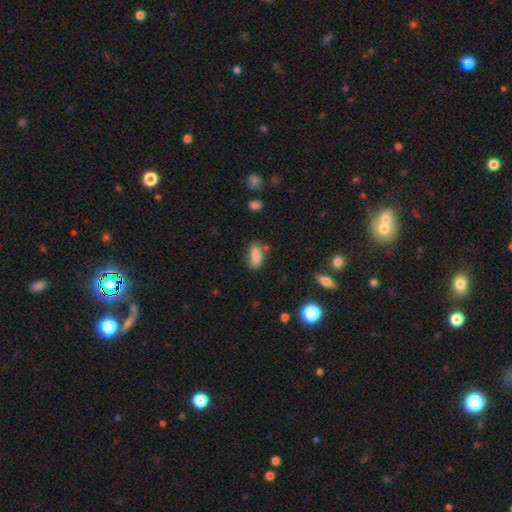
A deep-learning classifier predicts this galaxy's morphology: Smooth or featured: smooth — 84% (star or artifact — 9%)
How rounded: in between — 84% (cigar-shaped — 13%)
Merging: none — 65% (minor disturbance — 24%)